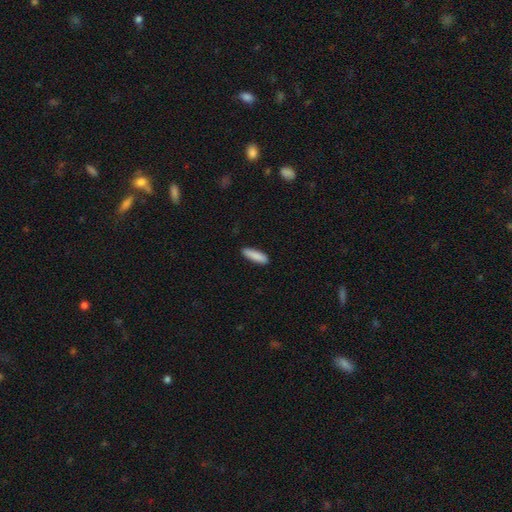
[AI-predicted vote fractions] Smooth or featured? smooth (89%)
How rounded? cigar-shaped (55%)
Merging? none (89%)